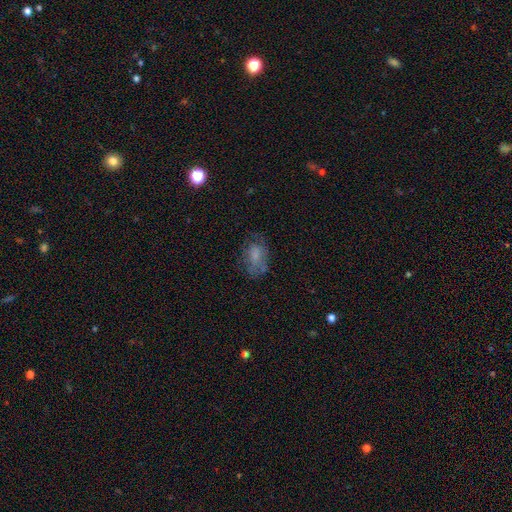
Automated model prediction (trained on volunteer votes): Q: Smooth or featured?
A: smooth (59%); runner-up: featured or disk (30%)
Q: How rounded?
A: in between (87%); runner-up: round (10%)
Q: Merging?
A: none (55%); runner-up: minor disturbance (25%)